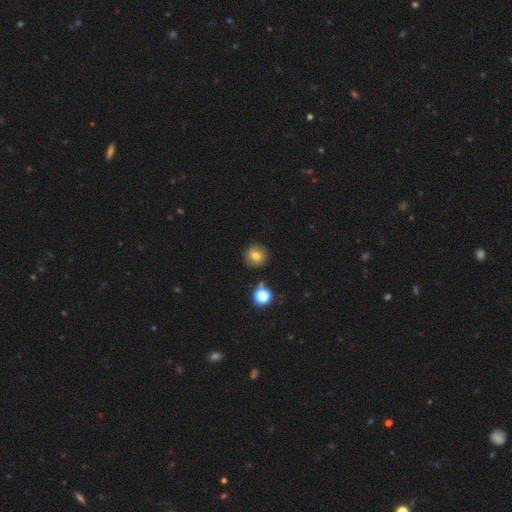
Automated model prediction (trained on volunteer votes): Smooth or featured? smooth (77%)
How rounded? round (93%)
Merging? none (88%)